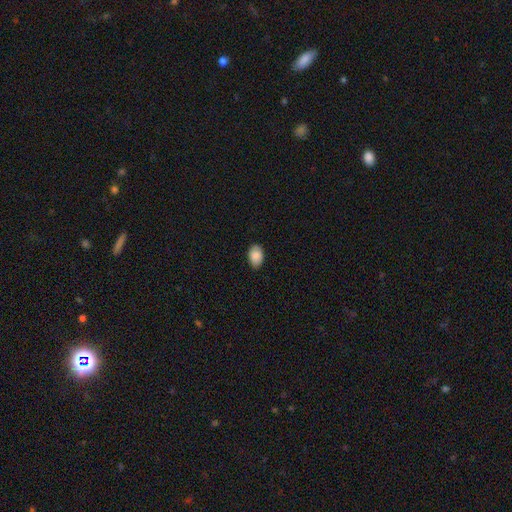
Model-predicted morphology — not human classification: Smooth or featured: smooth — 88% (star or artifact — 7%)
How rounded: in between — 86% (round — 13%)
Merging: none — 84% (minor disturbance — 13%)